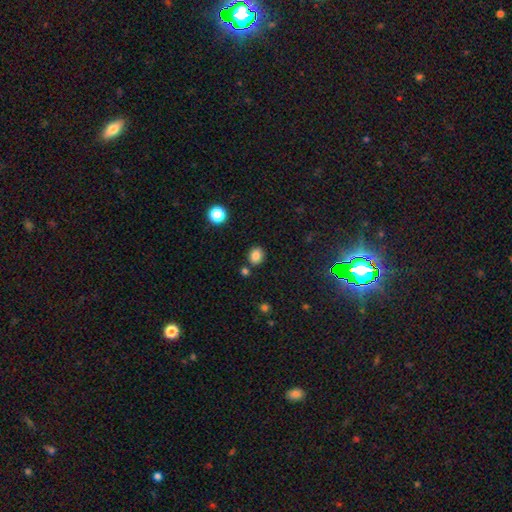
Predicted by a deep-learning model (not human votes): Smooth or featured?
  - smooth: 83% *
  - star or artifact: 12%
  - featured or disk: 5%
How rounded?
  - round: 68% *
  - in between: 31%
  - cigar-shaped: 1%
Merging?
  - none: 80% *
  - minor disturbance: 9%
  - merger: 8%
  - major disturbance: 2%